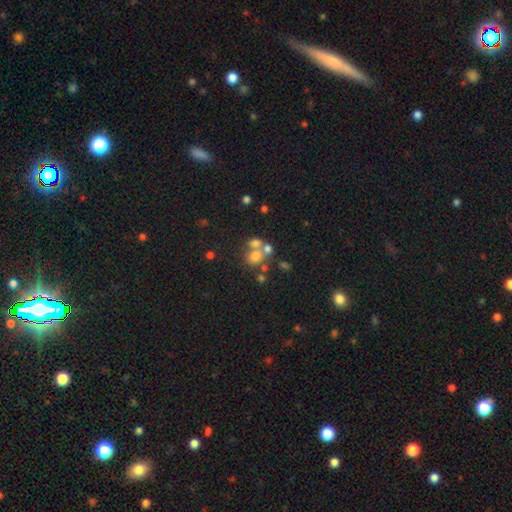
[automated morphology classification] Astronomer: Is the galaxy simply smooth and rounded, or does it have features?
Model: smooth — 62%.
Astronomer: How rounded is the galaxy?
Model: round — 75%.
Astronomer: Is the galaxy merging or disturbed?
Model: merger — 45% (runner-up: none, 40%).